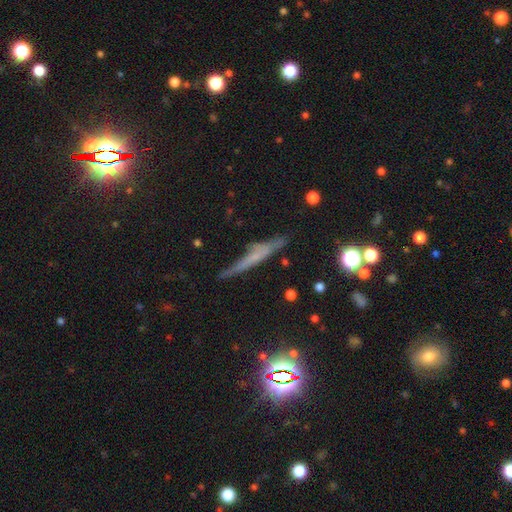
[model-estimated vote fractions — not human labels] smooth-or-featured: featured or disk: 45% | smooth: 38% | star or artifact: 17%
  merging: none: 71% | minor disturbance: 20% | major disturbance: 6% | merger: 3%